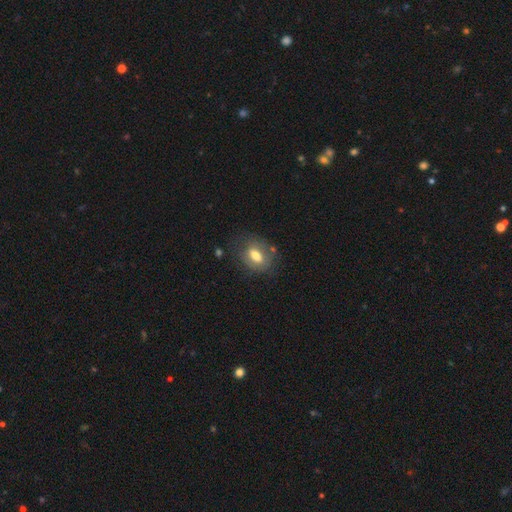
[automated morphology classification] smooth 62%, featured or disk 30%, star or artifact 8%. Down the decision tree: how rounded — in between (80%); merging — none (66%).